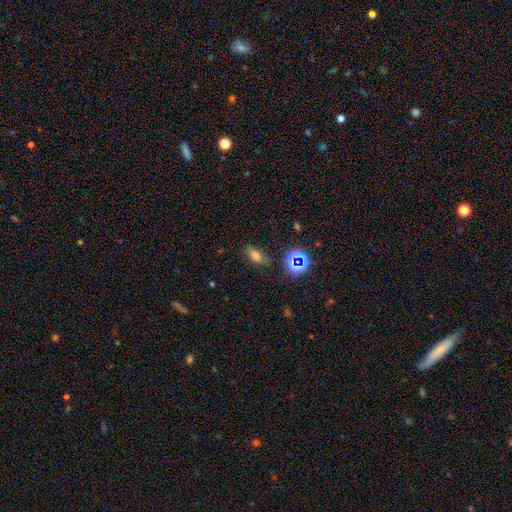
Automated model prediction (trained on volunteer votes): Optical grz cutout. It shows a smooth galaxy with no disk features (62%) that is in between round and cigar-shaped (73%). Merging: none (78%).